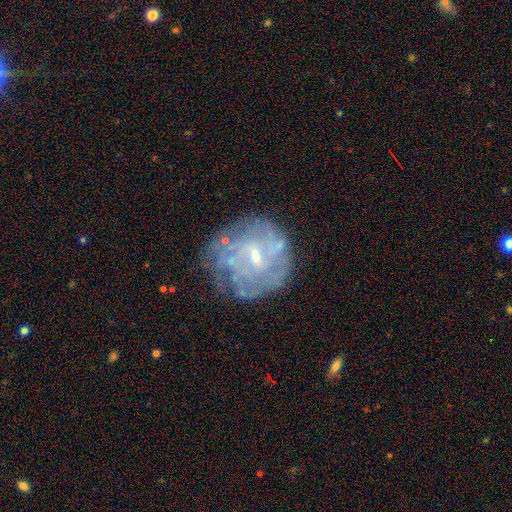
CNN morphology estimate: Smooth or featured?
  - featured or disk: 71% *
  - smooth: 20%
  - star or artifact: 9%
Edge-on disk?
  - no: 97% *
  - yes: 3%
Bar?
  - weak: 52% *
  - no: 37%
  - strong: 11%
Spiral arms?
  - yes: 62% *
  - no: 38%
Bulge size?
  - small: 60% *
  - moderate: 29%
  - none: 8%
  - large: 1%
  - dominant: 1%
Merging?
  - none: 64% *
  - minor disturbance: 20%
  - major disturbance: 13%
  - merger: 3%